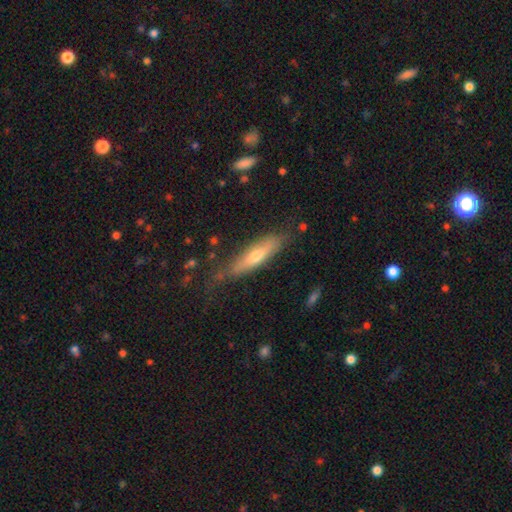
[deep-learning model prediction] smooth-or-featured: smooth: 47% | featured or disk: 46% | star or artifact: 6%
  merging: none: 66% | minor disturbance: 24% | major disturbance: 8% | merger: 2%